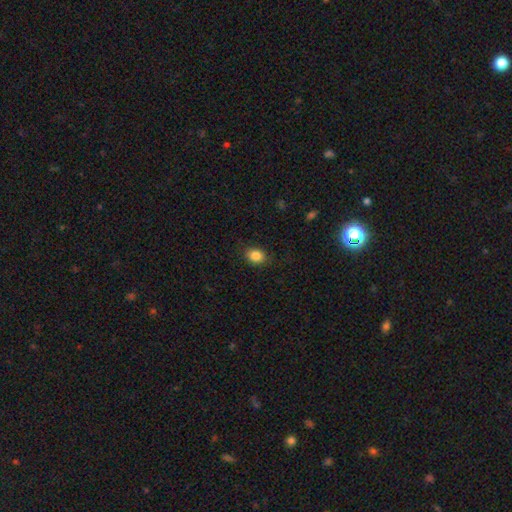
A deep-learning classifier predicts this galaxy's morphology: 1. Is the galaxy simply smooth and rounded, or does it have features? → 86% smooth, 10% star or artifact, 5% featured or disk.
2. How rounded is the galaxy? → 51% in between, 48% round, 1% cigar-shaped.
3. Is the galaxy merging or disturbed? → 86% none, 10% minor disturbance, 3% major disturbance, 1% merger.